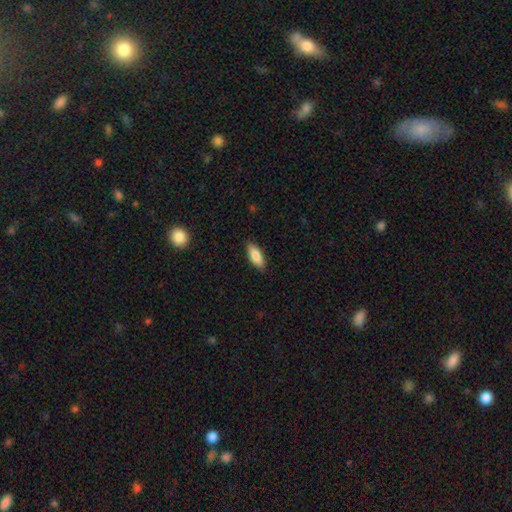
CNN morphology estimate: Smooth or featured? Predicted: smooth (p=0.81). How rounded? Predicted: in between (p=0.74). Merging? Predicted: none (p=0.86).